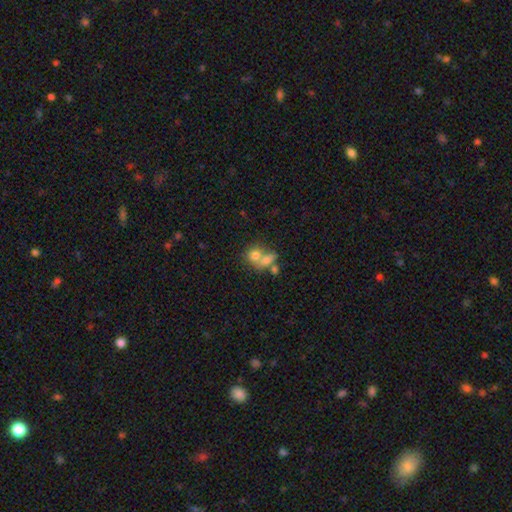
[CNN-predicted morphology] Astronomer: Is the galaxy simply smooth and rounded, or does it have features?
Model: smooth — 72%.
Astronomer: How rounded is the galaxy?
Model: round — 53% (runner-up: in between, 45%).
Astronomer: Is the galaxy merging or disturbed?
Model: merger — 60%.